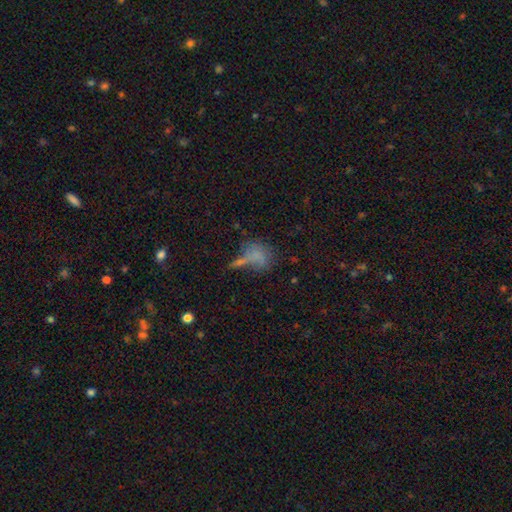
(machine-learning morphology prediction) Smooth or featured?
  - smooth: 64% *
  - featured or disk: 18%
  - star or artifact: 18%
How rounded?
  - in between: 60% *
  - round: 34%
  - cigar-shaped: 6%
Merging?
  - none: 37% *
  - major disturbance: 24%
  - merger: 22%
  - minor disturbance: 18%